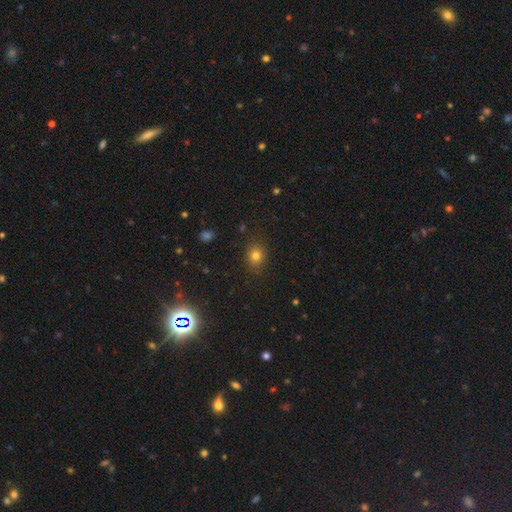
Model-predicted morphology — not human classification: A smooth galaxy with no disk features (77%) that is round (66%). Merging: none (86%).